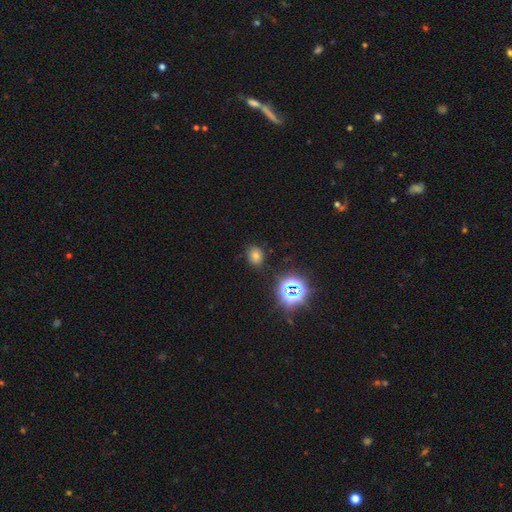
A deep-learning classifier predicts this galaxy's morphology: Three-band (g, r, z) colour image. It shows a smooth galaxy with no disk features (60%) that is round (50%). Merging: none (82%).